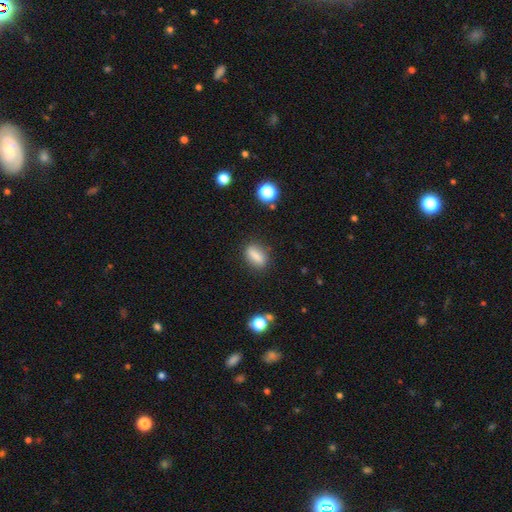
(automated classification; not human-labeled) smooth_or_featured: smooth (p=0.81) [alt: featured or disk p=0.10]
how_rounded: in between (p=0.68) [alt: cigar-shaped p=0.24]
merging: none (p=0.83) [alt: minor disturbance p=0.12]